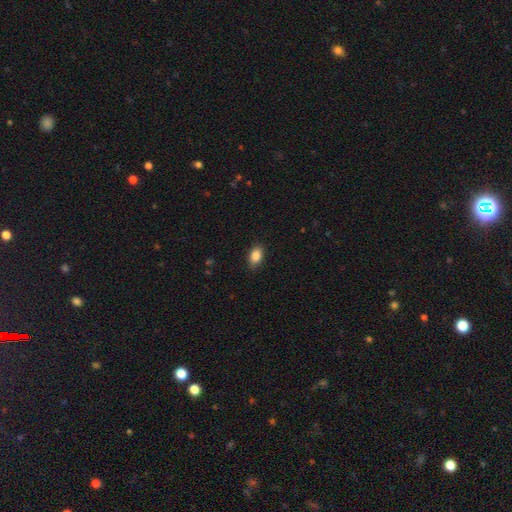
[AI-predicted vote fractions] A smooth galaxy with no disk features (87%) that is in between round and cigar-shaped (86%). Merging: none (85%).